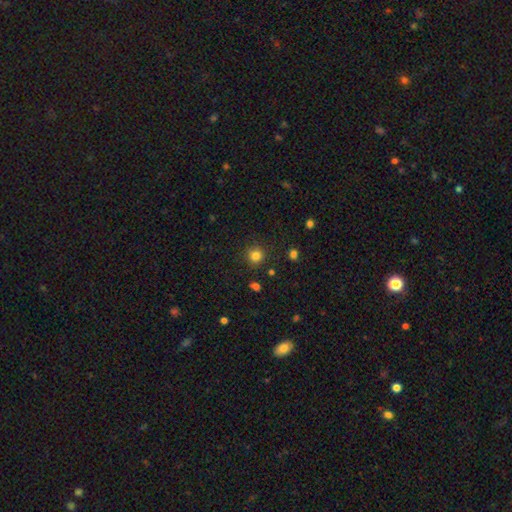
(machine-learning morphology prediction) This is clearly a smooth galaxy (82%). How rounded: clearly round (92%). Merging: clearly none (87%).